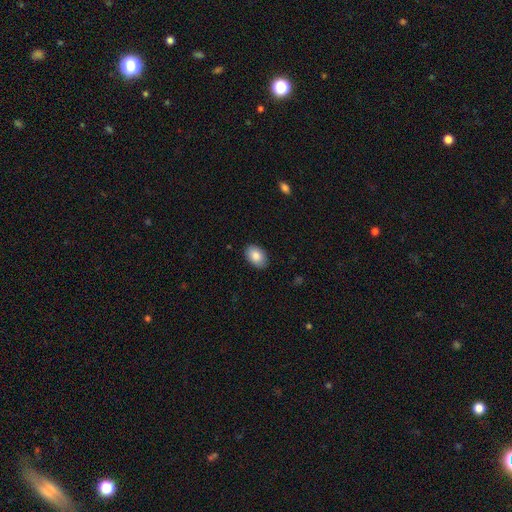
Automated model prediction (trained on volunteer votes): A smooth galaxy with no disk features (86%) that is in between round and cigar-shaped (85%). Merging: none (88%).